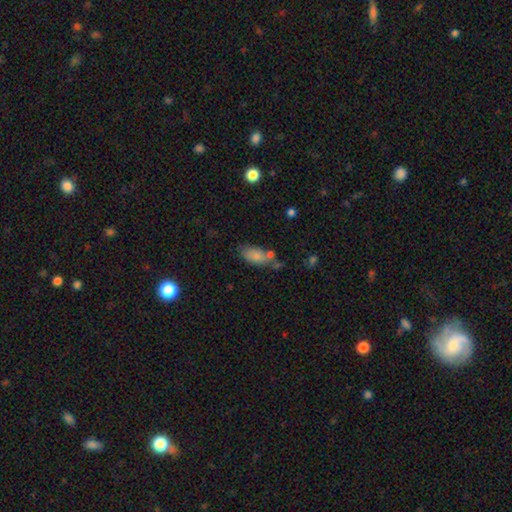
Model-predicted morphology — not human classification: A smooth galaxy with no disk features (80%) that is in between round and cigar-shaped (91%).

Vote fractions:
- Smooth or featured? smooth: 80% / featured or disk: 12% / star or artifact: 9%
- How rounded? in between: 91% / cigar-shaped: 5% / round: 4%
- Merging? none: 51% / merger: 21% / minor disturbance: 21% / major disturbance: 7%